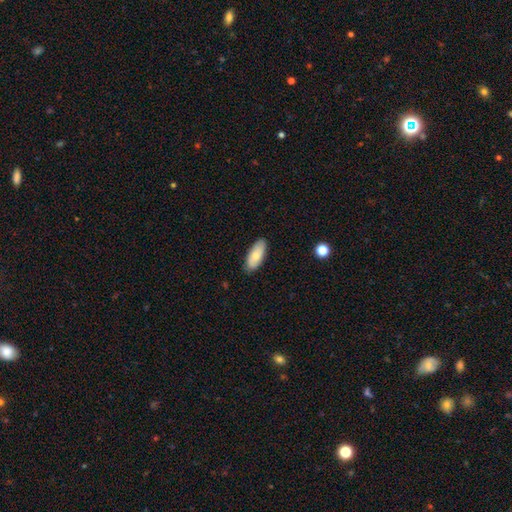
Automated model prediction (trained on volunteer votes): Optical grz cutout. It shows a smooth galaxy with no disk features (78%) that is in between round and cigar-shaped (82%). Merging: none (86%).